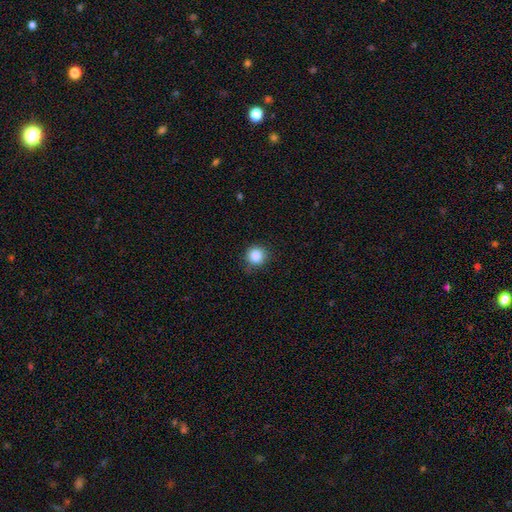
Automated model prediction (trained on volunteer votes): Q: Smooth or featured?
A: smooth (85%); runner-up: star or artifact (10%)
Q: How rounded?
A: round (93%); runner-up: in between (6%)
Q: Merging?
A: none (85%); runner-up: minor disturbance (12%)